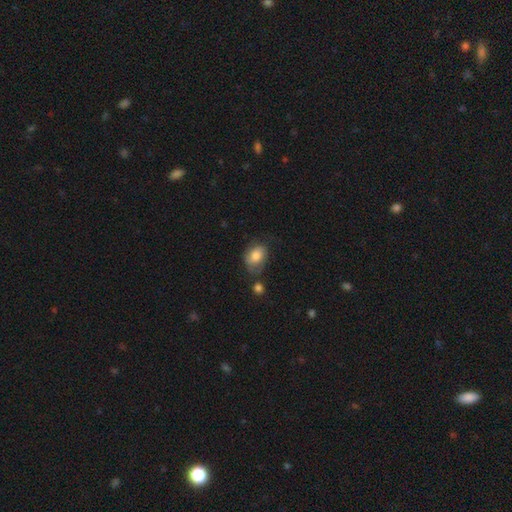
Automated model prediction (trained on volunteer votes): This is likely a smooth galaxy (73%). How rounded: likely in between (69%). Merging: possibly none (50%).